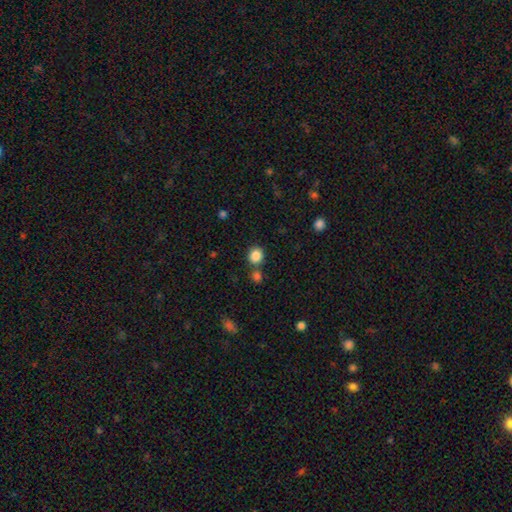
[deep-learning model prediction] Smooth or featured? smooth (85%)
How rounded? round (82%)
Merging? none (72%)